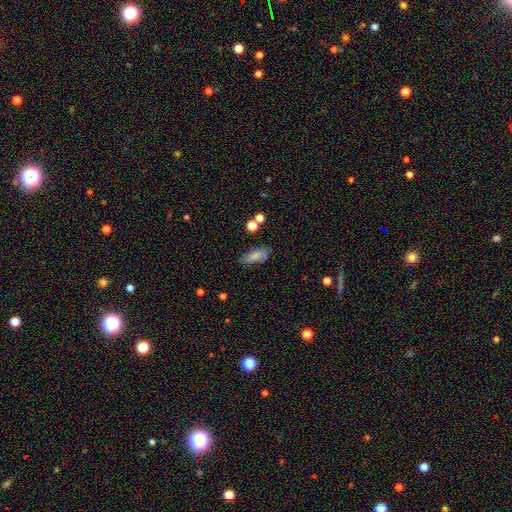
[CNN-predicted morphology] The model was most divided on "merging": none: 70%, minor disturbance: 20%, major disturbance: 5%, merger: 4%. More confident: smooth or featured — smooth (80%); how rounded — in between (74%).